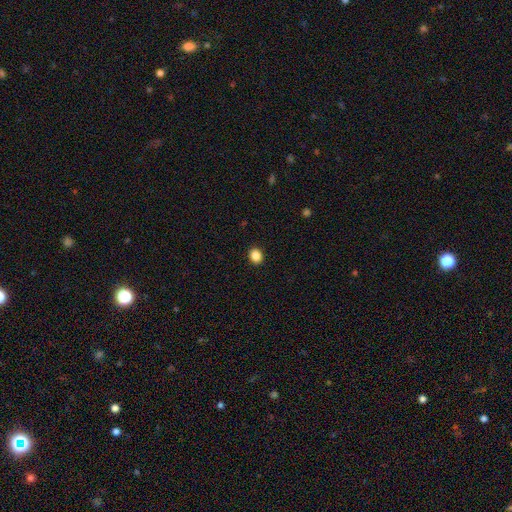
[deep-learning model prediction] This appears to be a smooth galaxy with no disk features (87%) that is round (57%). Merging: none (92%).